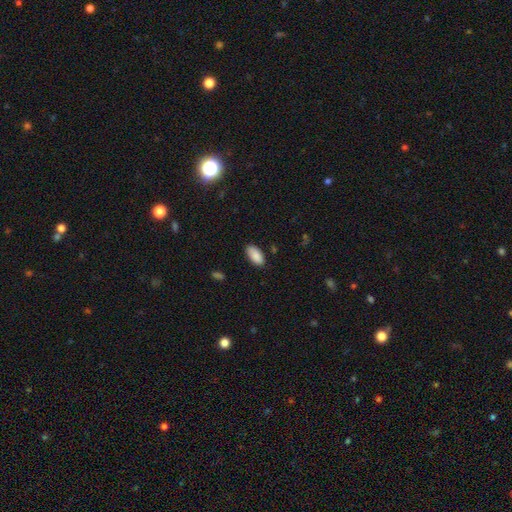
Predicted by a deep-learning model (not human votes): Smooth or featured?
  - smooth: 89% *
  - star or artifact: 7%
  - featured or disk: 5%
How rounded?
  - in between: 94% *
  - cigar-shaped: 4%
  - round: 2%
Merging?
  - none: 83% *
  - minor disturbance: 14%
  - major disturbance: 2%
  - merger: 1%